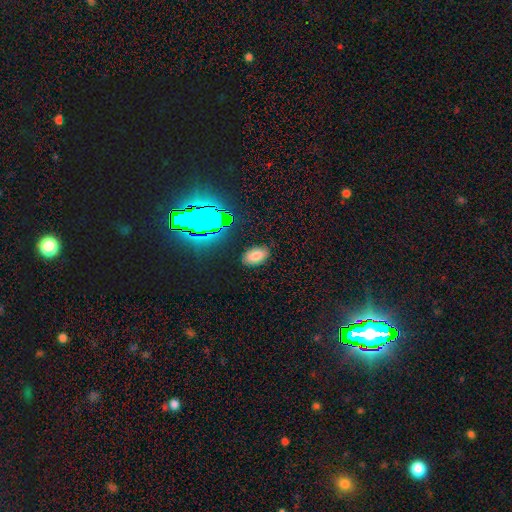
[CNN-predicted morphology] A smooth galaxy with no disk features (76%) that is in between round and cigar-shaped (93%). Merging: none (85%).